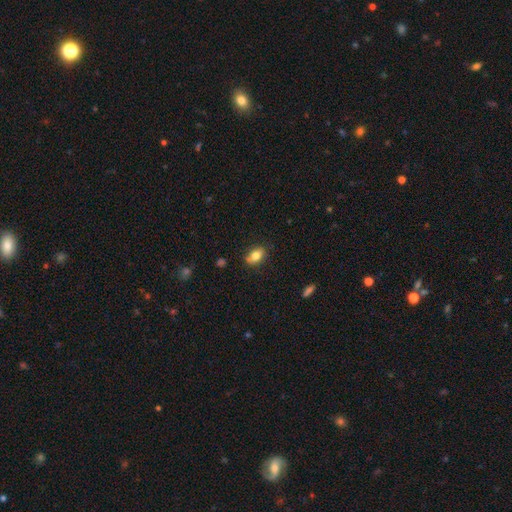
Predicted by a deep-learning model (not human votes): Smooth or featured: smooth — 78% (featured or disk — 13%)
How rounded: in between — 82% (round — 15%)
Merging: none — 77% (minor disturbance — 17%)